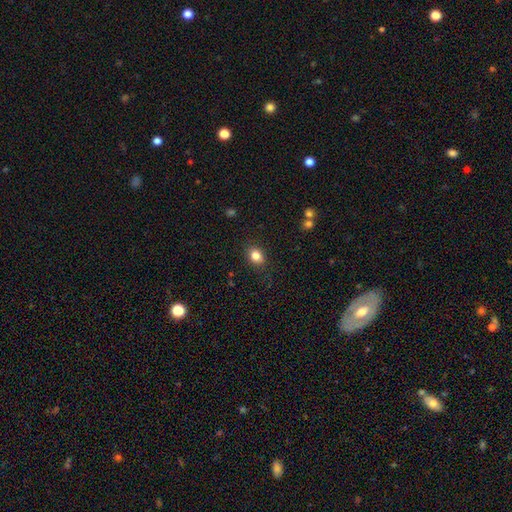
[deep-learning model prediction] Smooth or featured?
  - smooth: 83% *
  - star or artifact: 10%
  - featured or disk: 7%
How rounded?
  - in between: 59% *
  - round: 39%
  - cigar-shaped: 1%
Merging?
  - none: 86% *
  - minor disturbance: 10%
  - major disturbance: 3%
  - merger: 1%